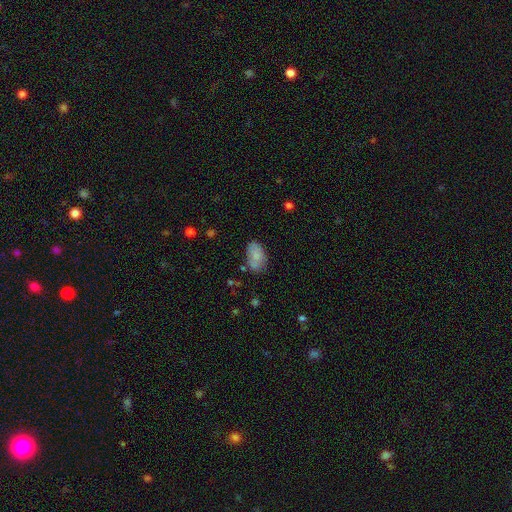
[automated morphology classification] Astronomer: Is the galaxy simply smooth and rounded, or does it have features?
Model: smooth — 78%.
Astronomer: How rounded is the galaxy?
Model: in between — 93%.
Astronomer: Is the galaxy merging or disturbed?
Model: none — 64%.